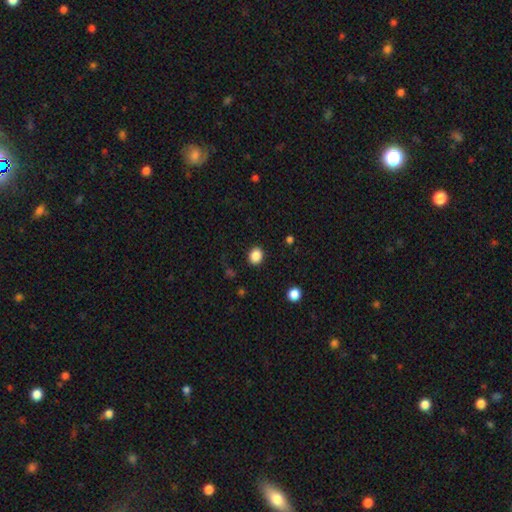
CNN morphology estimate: Smooth or featured? smooth (87%)
How rounded? round (62%)
Merging? none (89%)